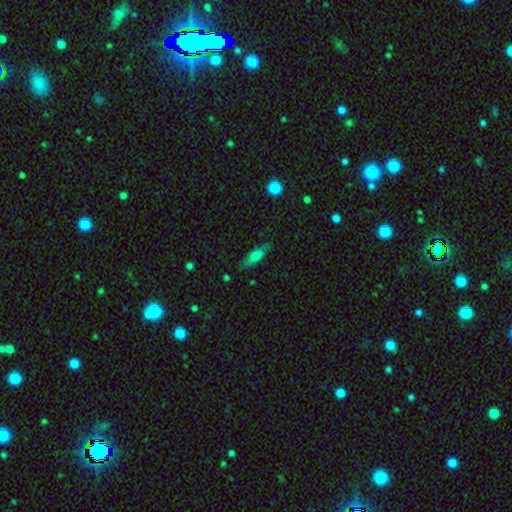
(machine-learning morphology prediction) smooth-or-featured: smooth: 57% | featured or disk: 36% | star or artifact: 7%
  how-rounded: cigar-shaped: 58% | in between: 39% | round: 3%
  merging: none: 82% | minor disturbance: 13% | major disturbance: 3% | merger: 2%